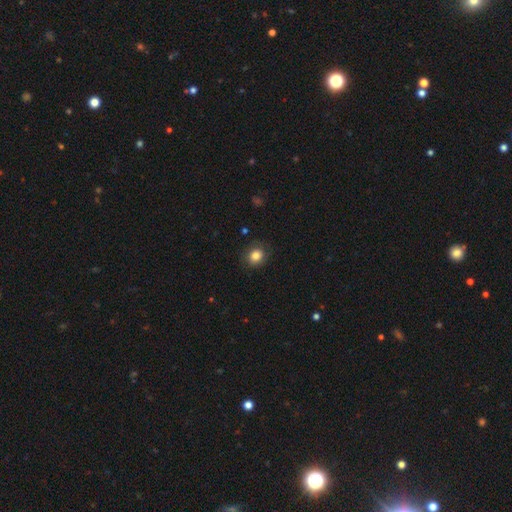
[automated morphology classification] type=smooth (83%); roundness=round (76%); merging=none (79%).